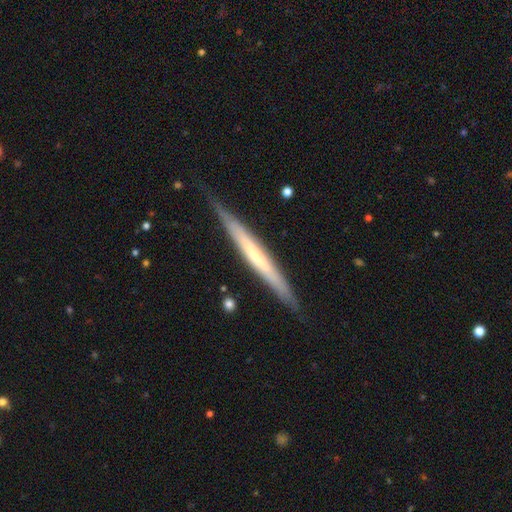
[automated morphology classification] Overall: featured or disk (57%; smooth 37%). Edge-on disk: yes (95%). Edge-on bulge: none (71%). Merging: none (83%).